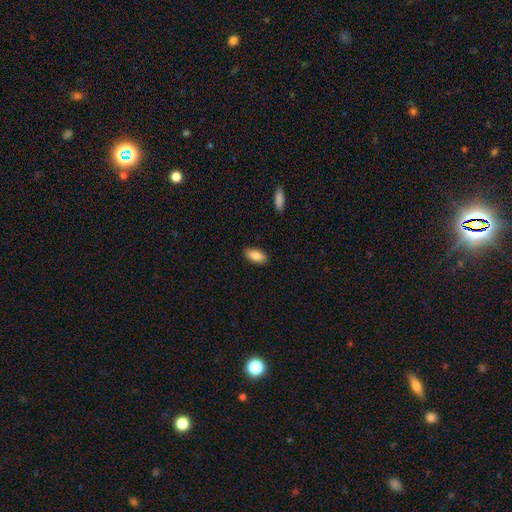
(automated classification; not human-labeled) Smooth or featured?
  - smooth: 88% *
  - star or artifact: 7%
  - featured or disk: 6%
How rounded?
  - in between: 92% *
  - cigar-shaped: 6%
  - round: 2%
Merging?
  - none: 89% *
  - minor disturbance: 8%
  - major disturbance: 2%
  - merger: 1%